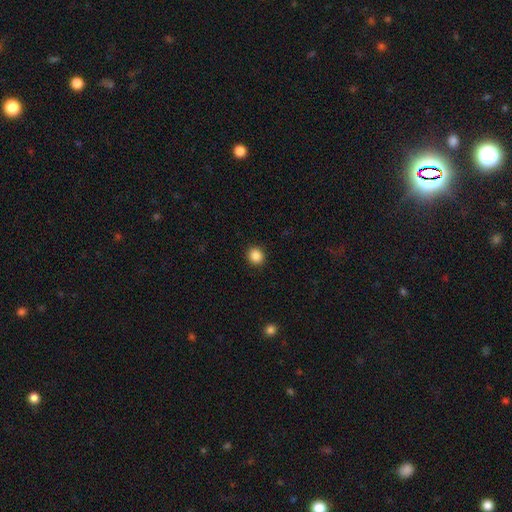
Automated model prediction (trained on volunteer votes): This is clearly a smooth galaxy (87%). How rounded: clearly round (83%). Merging: clearly none (92%).